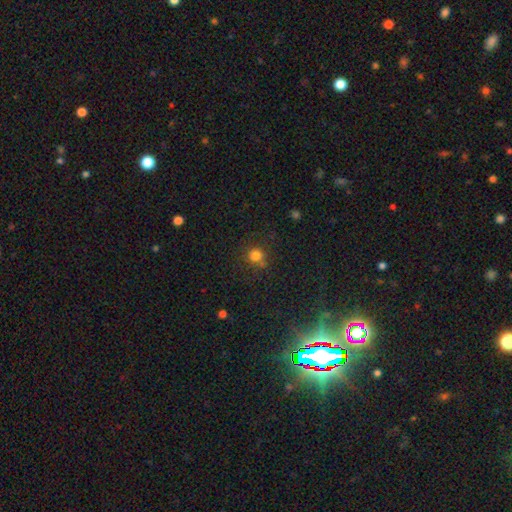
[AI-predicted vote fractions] smooth 76%, star or artifact 17%, featured or disk 6%. Down the decision tree: how rounded — round (91%); merging — none (74%).